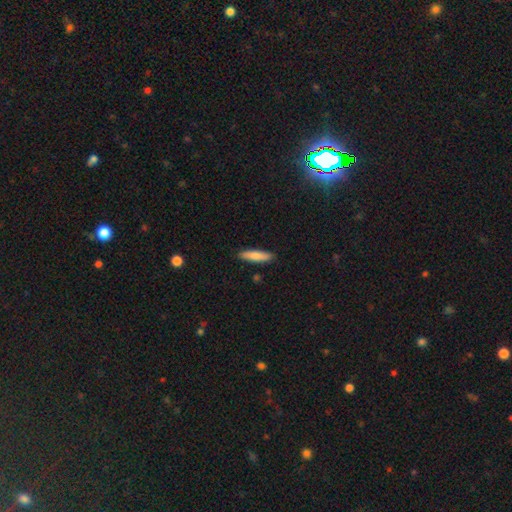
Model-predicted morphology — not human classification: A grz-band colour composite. It shows a smooth galaxy with no disk features (81%) that is cigar-shaped (77%). Merging: none (89%).